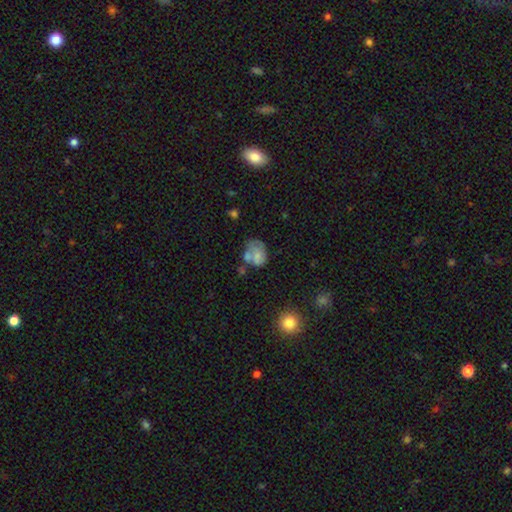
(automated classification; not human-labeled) smooth-or-featured: smooth: 57% | featured or disk: 33% | star or artifact: 10%
  how-rounded: in between: 61% | round: 38% | cigar-shaped: 1%
  merging: merger: 28% (tied) | none: 28% (tied) | minor disturbance: 24% | major disturbance: 20%